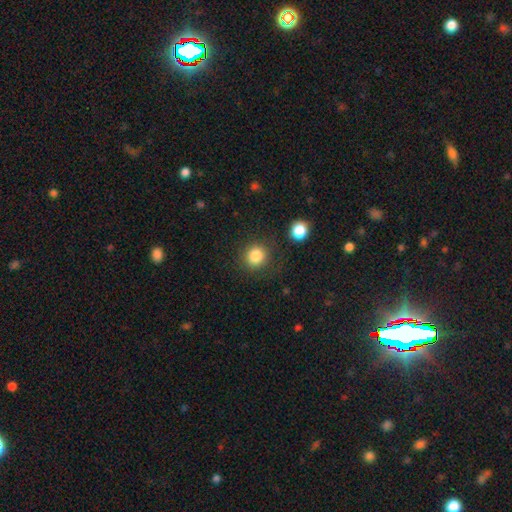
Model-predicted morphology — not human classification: smooth-or-featured: smooth: 85% | star or artifact: 10% | featured or disk: 5%
  how-rounded: round: 88% | in between: 11% | cigar-shaped: 1%
  merging: none: 82% | minor disturbance: 10% | major disturbance: 5% | merger: 4%